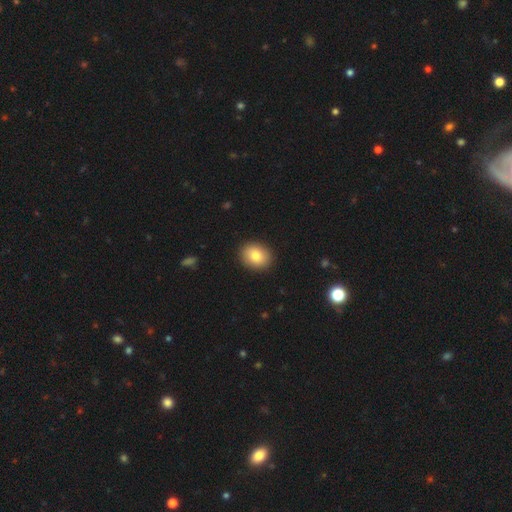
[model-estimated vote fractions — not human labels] Q: Smooth or featured?
A: smooth (82%); runner-up: featured or disk (10%)
Q: How rounded?
A: in between (50%); runner-up: round (49%)
Q: Merging?
A: none (91%); runner-up: minor disturbance (7%)